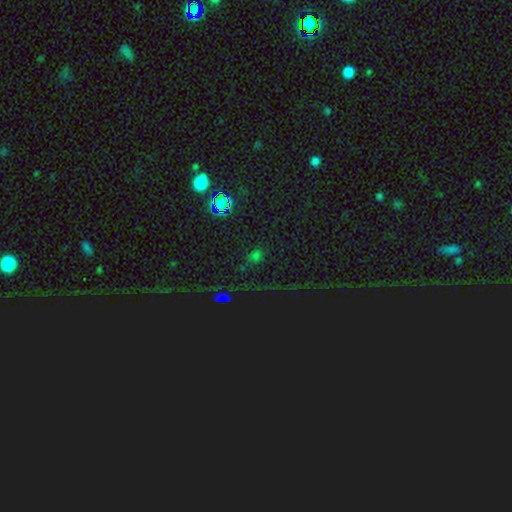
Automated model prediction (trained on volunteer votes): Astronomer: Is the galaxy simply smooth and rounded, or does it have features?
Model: star or artifact — 58% (runner-up: smooth, 34%).